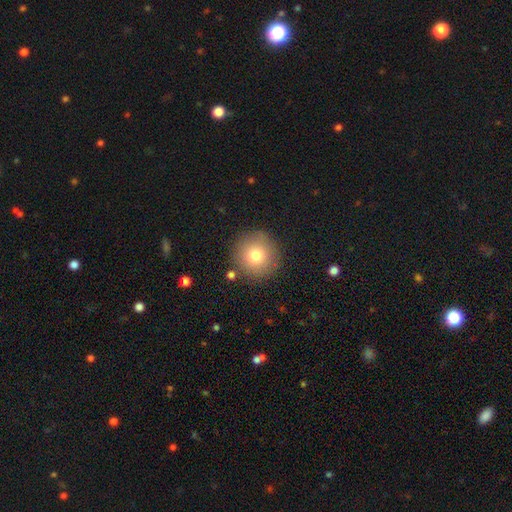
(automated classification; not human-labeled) Smooth or featured?
  - smooth: 79% *
  - featured or disk: 11%
  - star or artifact: 10%
How rounded?
  - round: 95% *
  - in between: 4%
  - cigar-shaped: 1%
Merging?
  - none: 87% *
  - minor disturbance: 8%
  - major disturbance: 3%
  - merger: 3%